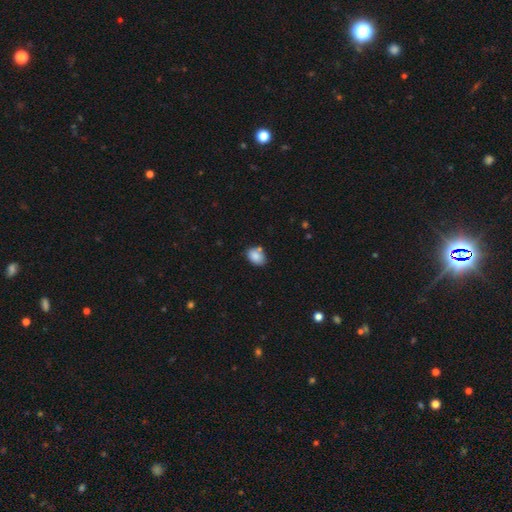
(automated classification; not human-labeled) The model was most divided on "how rounded": in between: 73%, round: 26%, cigar-shaped: 1%. More confident: smooth or featured — smooth (85%); merging — none (67%).